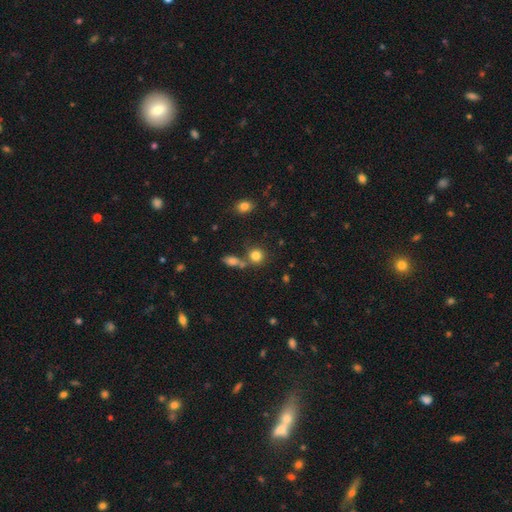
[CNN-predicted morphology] This is clearly a smooth galaxy (81%). How rounded: clearly round (84%). Merging: likely none (63%).